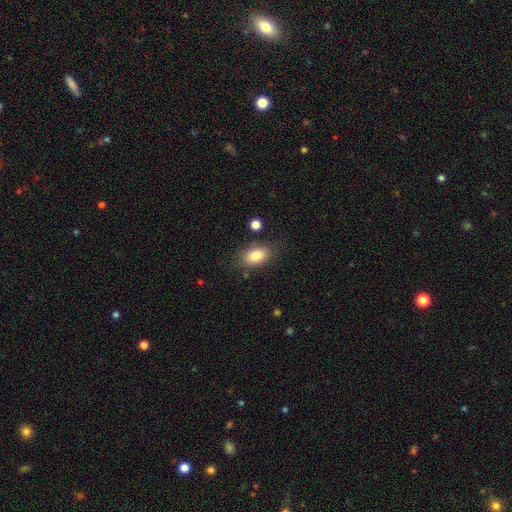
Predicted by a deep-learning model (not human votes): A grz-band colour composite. It shows a smooth galaxy with no disk features (84%) that is in between round and cigar-shaped (88%). Merging: none (77%).